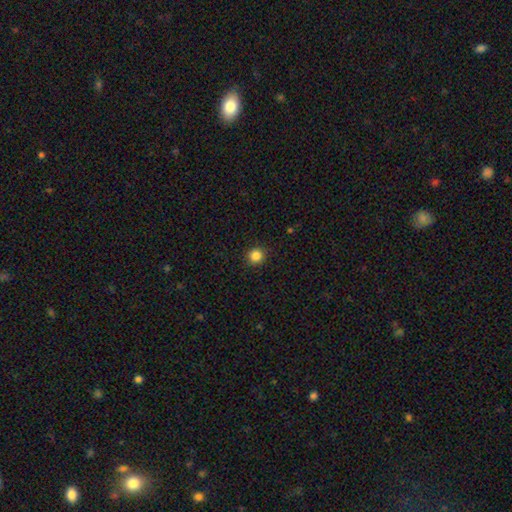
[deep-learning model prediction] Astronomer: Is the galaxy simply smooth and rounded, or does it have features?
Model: smooth — 85%.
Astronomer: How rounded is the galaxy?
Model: round — 93%.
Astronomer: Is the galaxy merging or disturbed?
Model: none — 92%.